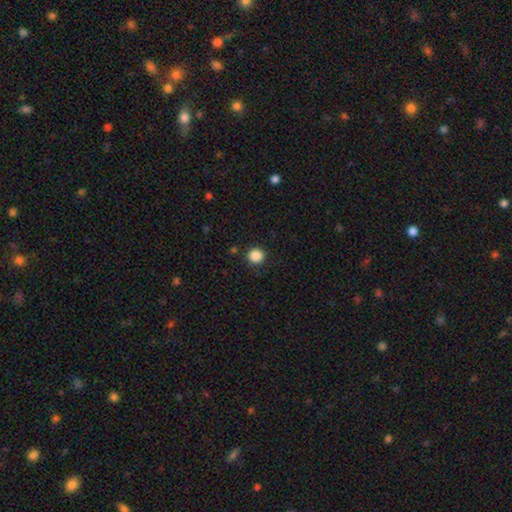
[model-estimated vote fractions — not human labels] This appears to be a smooth galaxy with no disk features (86%) that is round (94%). Merging: none (91%).